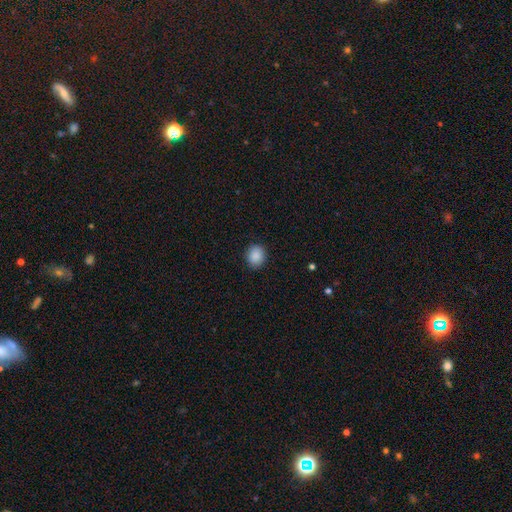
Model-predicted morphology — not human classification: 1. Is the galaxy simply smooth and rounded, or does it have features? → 89% smooth, 8% star or artifact, 3% featured or disk.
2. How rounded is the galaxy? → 73% round, 26% in between, 1% cigar-shaped.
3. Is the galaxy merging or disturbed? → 89% none, 7% minor disturbance, 2% major disturbance, 1% merger.